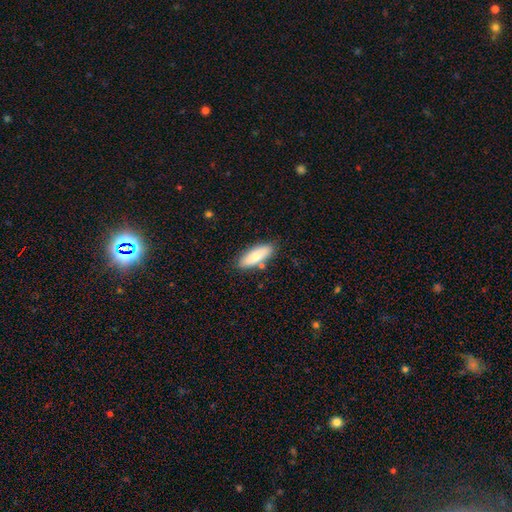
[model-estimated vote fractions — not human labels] Morphology: type=smooth (76%); roundness=in between (73%); merging=none (81%).